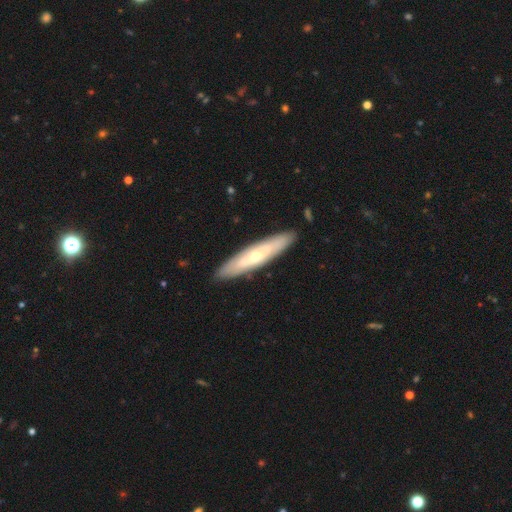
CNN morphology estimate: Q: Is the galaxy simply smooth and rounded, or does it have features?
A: featured or disk — 55%.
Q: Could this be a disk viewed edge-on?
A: yes — 61%.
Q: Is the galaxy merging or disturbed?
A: none — 89%.